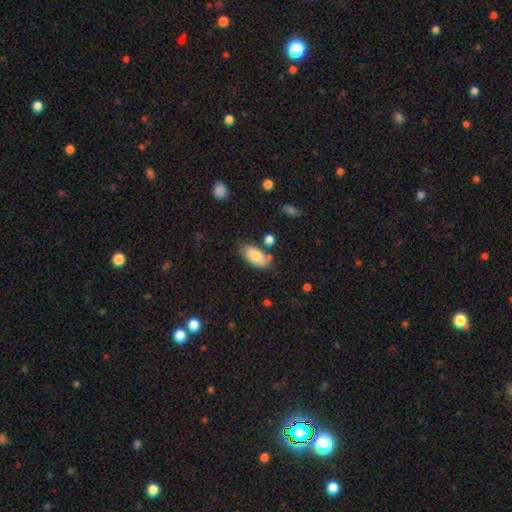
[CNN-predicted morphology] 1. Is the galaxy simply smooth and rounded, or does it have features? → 82% smooth, 11% featured or disk, 7% star or artifact.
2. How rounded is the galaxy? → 92% in between, 5% cigar-shaped, 3% round.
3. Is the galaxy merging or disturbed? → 68% none, 19% minor disturbance, 8% merger, 5% major disturbance.